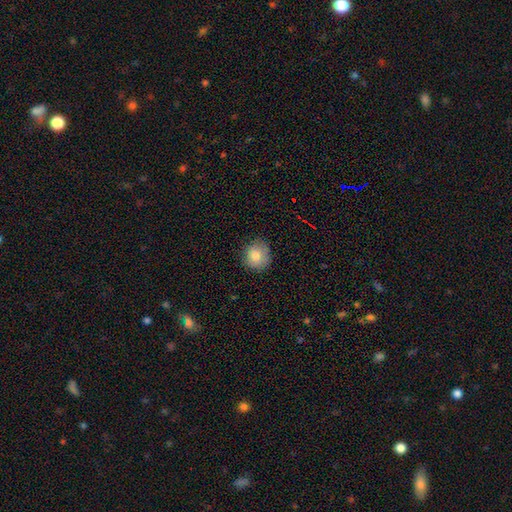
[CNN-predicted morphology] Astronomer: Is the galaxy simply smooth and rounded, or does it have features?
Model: smooth — 82%.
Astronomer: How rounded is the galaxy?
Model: round — 89%.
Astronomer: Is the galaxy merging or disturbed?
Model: none — 82%.